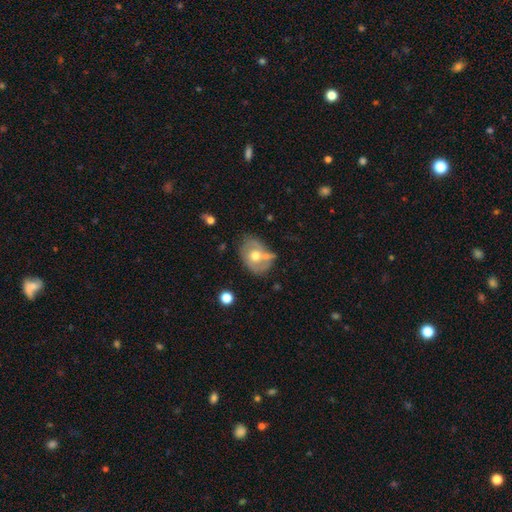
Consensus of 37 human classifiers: This appears to be a smooth galaxy with no disk features (51%) that is in between round and cigar-shaped (68%). Merging: none (50%).